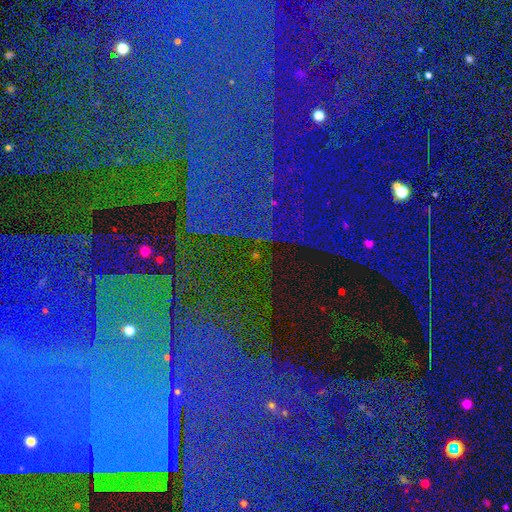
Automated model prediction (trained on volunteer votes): Q: Smooth or featured?
A: star or artifact (83%); runner-up: featured or disk (9%)